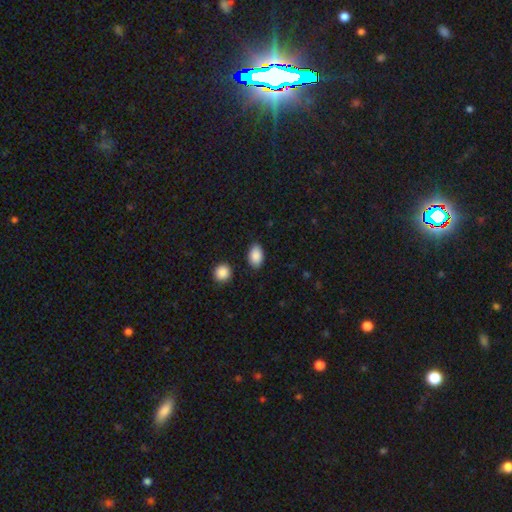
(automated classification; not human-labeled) Overall: smooth (89%). How rounded: in between (91%). Merging: none (86%).